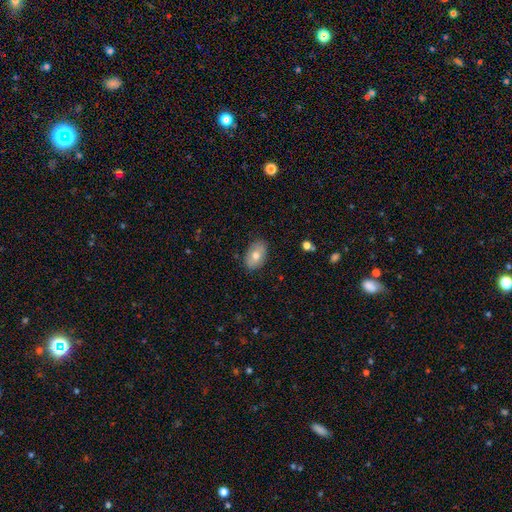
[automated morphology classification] This appears to be a smooth galaxy with no disk features (72%) that is in between round and cigar-shaped (89%). Merging: none (85%).